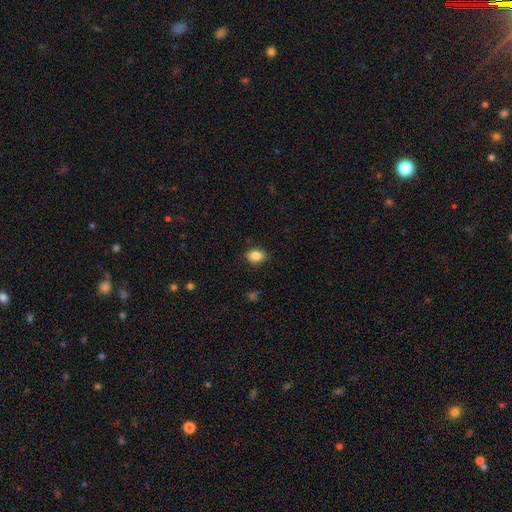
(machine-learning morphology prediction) This is clearly a smooth galaxy (86%). How rounded: likely in between (74%). Merging: clearly none (86%).